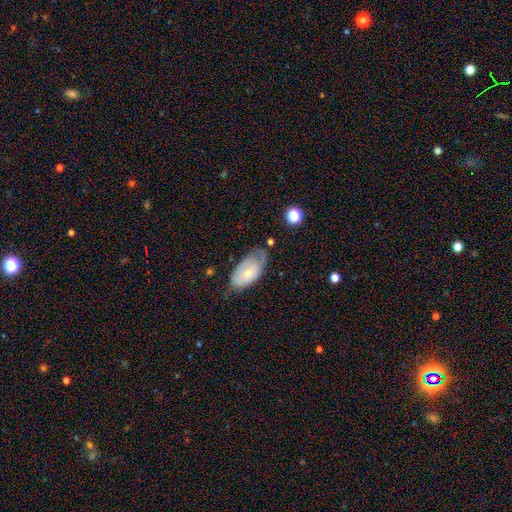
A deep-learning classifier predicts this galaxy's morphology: smooth_or_featured: featured or disk (p=0.42) [alt: smooth p=0.35]
merging: none (p=0.71) [alt: minor disturbance p=0.19]